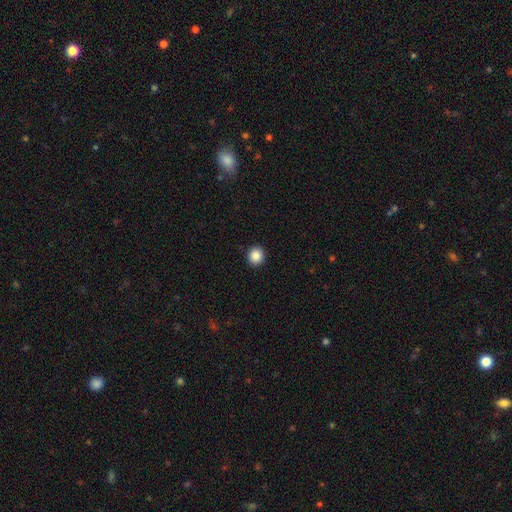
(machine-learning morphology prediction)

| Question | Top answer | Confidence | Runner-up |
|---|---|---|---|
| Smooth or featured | smooth | 87% | star or artifact (10%) |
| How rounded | round | 92% | in between (7%) |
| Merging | none | 93% | minor disturbance (4%) |